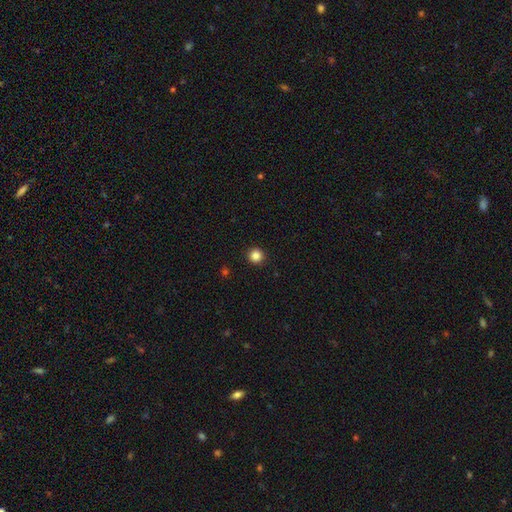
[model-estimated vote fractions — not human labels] Smooth or featured?
  - smooth: 85% *
  - star or artifact: 11%
  - featured or disk: 4%
How rounded?
  - round: 96% *
  - in between: 3%
  - cigar-shaped: 1%
Merging?
  - none: 94% *
  - minor disturbance: 4%
  - major disturbance: 1%
  - merger: 1%